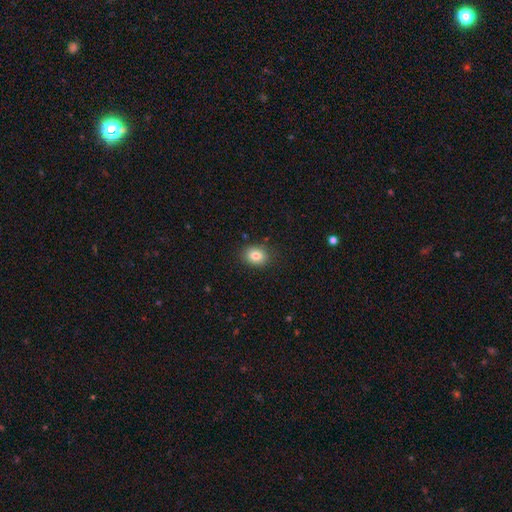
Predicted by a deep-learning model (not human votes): Smooth or featured?
  - smooth: 82% *
  - star or artifact: 10%
  - featured or disk: 9%
How rounded?
  - in between: 56% *
  - round: 43%
  - cigar-shaped: 1%
Merging?
  - none: 86% *
  - minor disturbance: 10%
  - major disturbance: 3%
  - merger: 1%